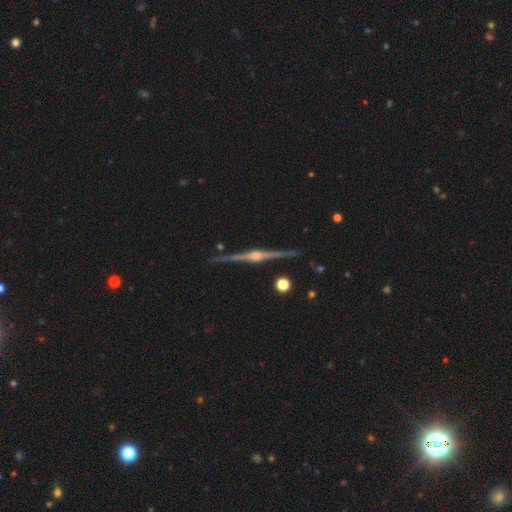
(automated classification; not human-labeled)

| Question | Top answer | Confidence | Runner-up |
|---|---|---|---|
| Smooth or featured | featured or disk | 91% | star or artifact (5%) |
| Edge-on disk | yes | 99% | no (1%) |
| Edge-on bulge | rounded | 92% | boxy (5%) |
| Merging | none | 91% | minor disturbance (6%) |